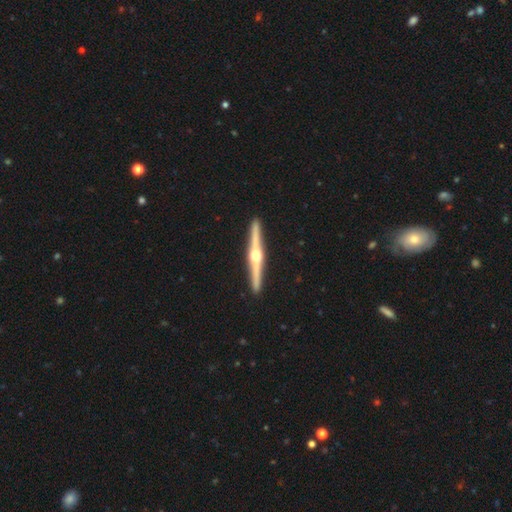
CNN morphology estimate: smooth_or_featured: featured or disk (p=0.86) [alt: smooth p=0.10]
disk_edge_on: yes (p=0.99) [alt: no p=0.01]
edge_on_bulge: rounded (p=0.94) [alt: boxy p=0.03]
merging: none (p=0.93) [alt: minor disturbance p=0.05]